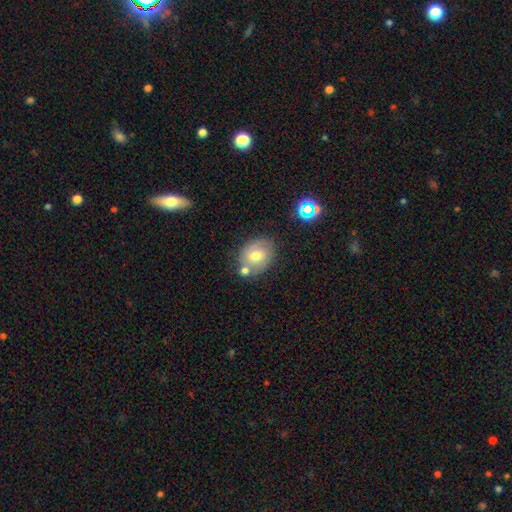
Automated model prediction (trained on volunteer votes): smooth-or-featured: smooth: 65% | featured or disk: 24% | star or artifact: 10%
  how-rounded: round: 51% | in between: 48% | cigar-shaped: 1%
  merging: none: 64% | merger: 16% | minor disturbance: 16% | major disturbance: 4%